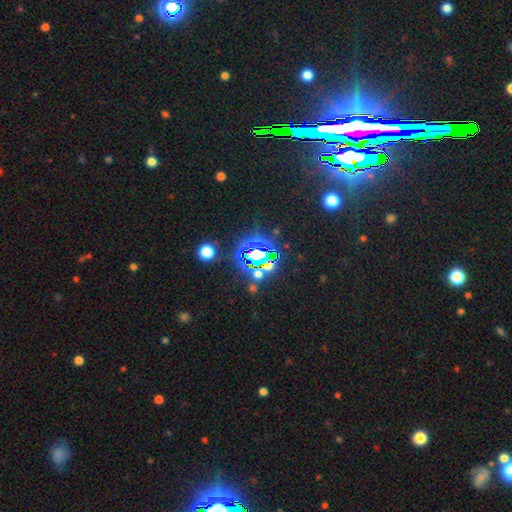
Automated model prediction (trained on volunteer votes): The model was most divided on "smooth or featured": star or artifact: 83%, smooth: 10%, featured or disk: 8%.